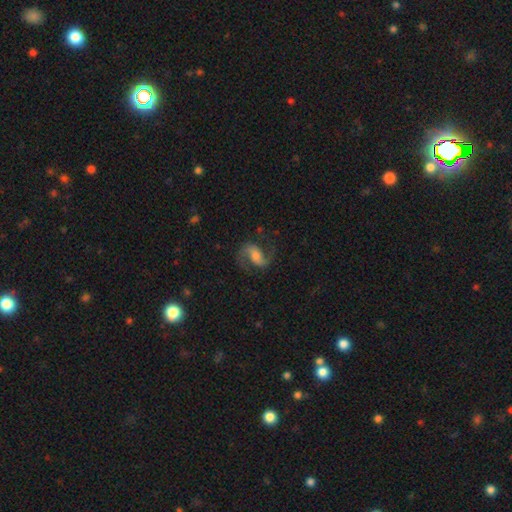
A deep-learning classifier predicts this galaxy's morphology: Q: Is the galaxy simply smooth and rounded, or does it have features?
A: featured or disk — 85%.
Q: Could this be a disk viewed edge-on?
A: no — 97%.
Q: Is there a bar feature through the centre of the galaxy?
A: weak — 44%.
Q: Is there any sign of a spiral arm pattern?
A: yes — 97%.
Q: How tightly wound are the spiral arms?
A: medium — 47%.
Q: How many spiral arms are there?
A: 2 — 93%.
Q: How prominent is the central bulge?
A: moderate — 54%.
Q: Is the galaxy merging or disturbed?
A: none — 76%.